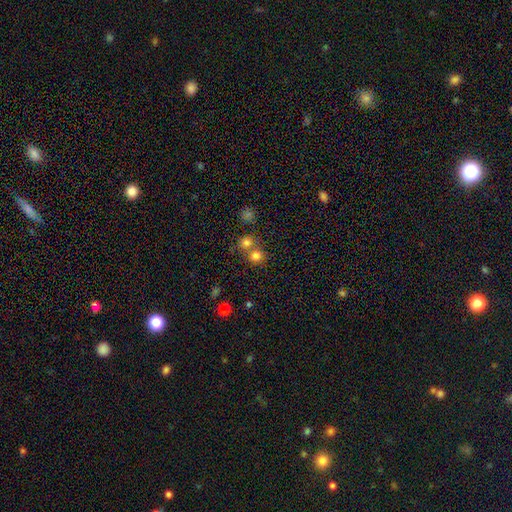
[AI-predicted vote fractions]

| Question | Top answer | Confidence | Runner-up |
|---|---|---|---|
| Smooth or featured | smooth | 77% | star or artifact (15%) |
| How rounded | round | 86% | in between (13%) |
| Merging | none | 52% | merger (39%) |